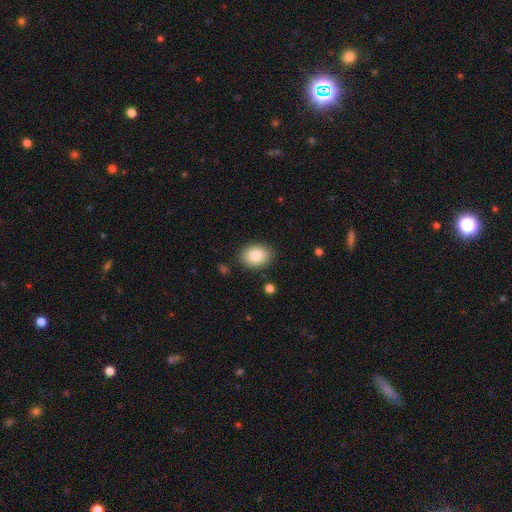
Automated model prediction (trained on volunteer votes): A smooth galaxy with no disk features (84%) that is in between round and cigar-shaped (68%).

Vote fractions:
- Smooth or featured? smooth: 84% / featured or disk: 8% / star or artifact: 7%
- How rounded? in between: 68% / round: 31% / cigar-shaped: 1%
- Merging? none: 87% / minor disturbance: 9% / major disturbance: 2% / merger: 2%